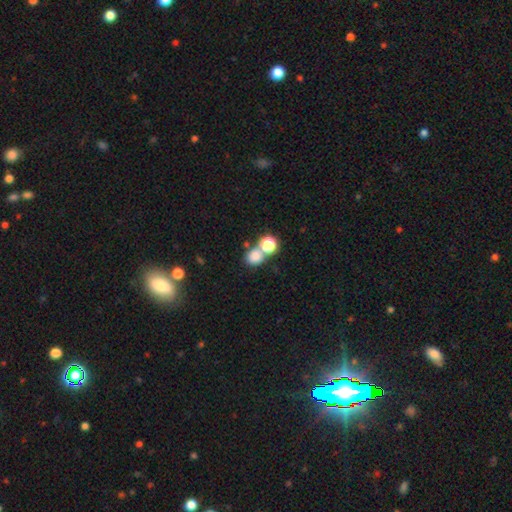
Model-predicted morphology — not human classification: Smooth or featured? Predicted: smooth (p=0.77). How rounded? Predicted: round (p=0.74). Merging? Predicted: none (p=0.49).